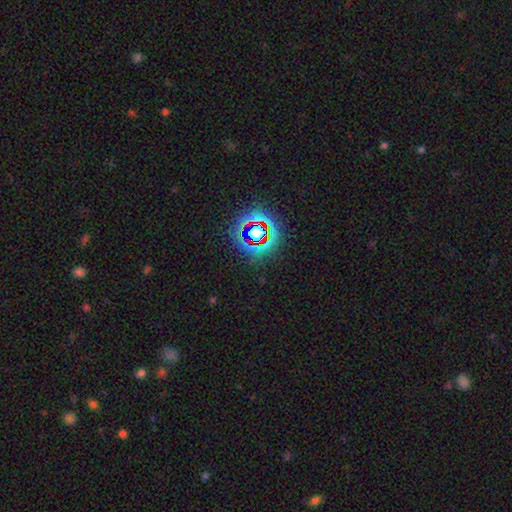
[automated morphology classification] Smooth or featured? Predicted: star or artifact (p=0.76).